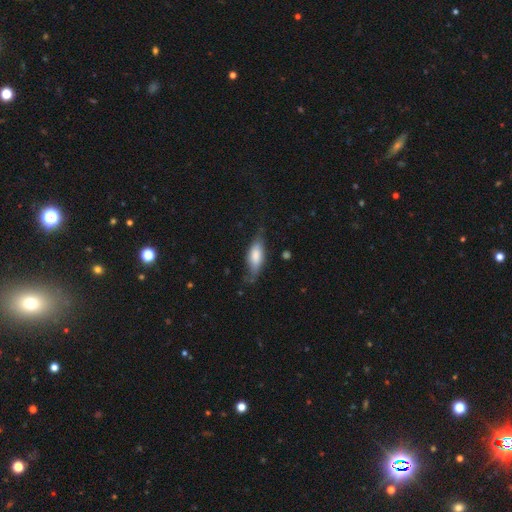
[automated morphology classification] Overall: smooth (69%). How rounded: in between (68%; cigar-shaped 30%). Merging: none (59%; minor disturbance 30%).